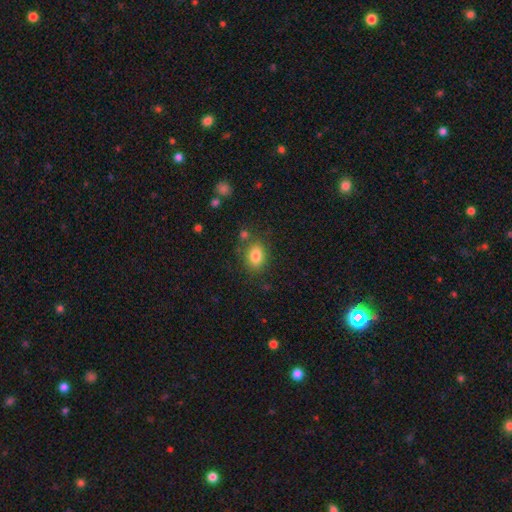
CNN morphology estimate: smooth_or_featured: smooth (p=0.82) [alt: star or artifact p=0.10]
how_rounded: in between (p=0.68) [alt: round p=0.31]
merging: none (p=0.76) [alt: minor disturbance p=0.13]